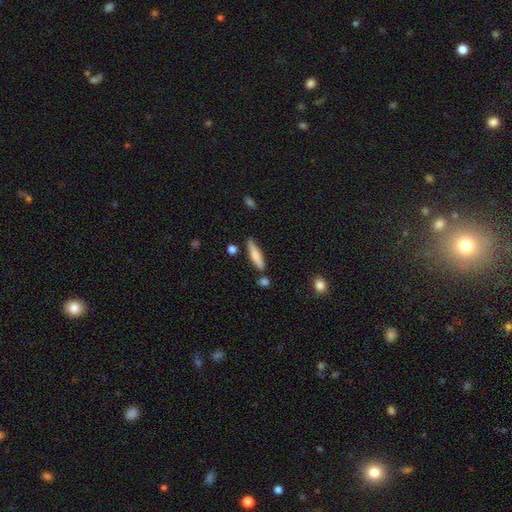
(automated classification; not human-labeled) Smooth or featured? Predicted: smooth (p=0.70). How rounded? Predicted: cigar-shaped (p=0.81). Merging? Predicted: none (p=0.73).